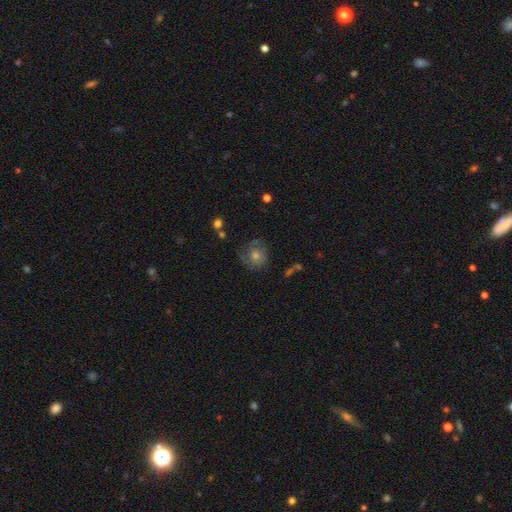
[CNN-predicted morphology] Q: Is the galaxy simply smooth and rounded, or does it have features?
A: featured or disk — 48%.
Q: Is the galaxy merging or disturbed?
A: none — 71%.